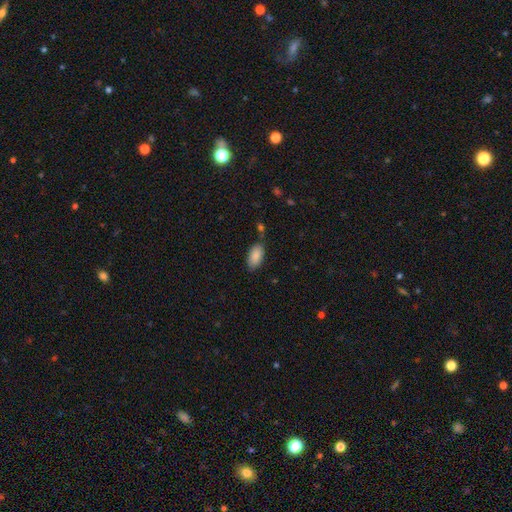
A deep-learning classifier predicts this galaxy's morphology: Smooth or featured?
  - smooth: 88% *
  - star or artifact: 6%
  - featured or disk: 5%
How rounded?
  - in between: 94% *
  - cigar-shaped: 4%
  - round: 2%
Merging?
  - none: 77% *
  - minor disturbance: 15%
  - merger: 4%
  - major disturbance: 3%